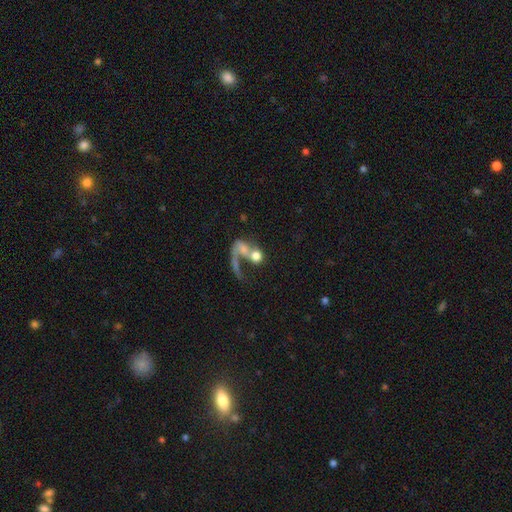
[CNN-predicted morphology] Smooth or featured?
  - smooth: 47% *
  - featured or disk: 42%
  - star or artifact: 10%
Merging?
  - merger: 53% *
  - major disturbance: 25%
  - none: 16%
  - minor disturbance: 7%